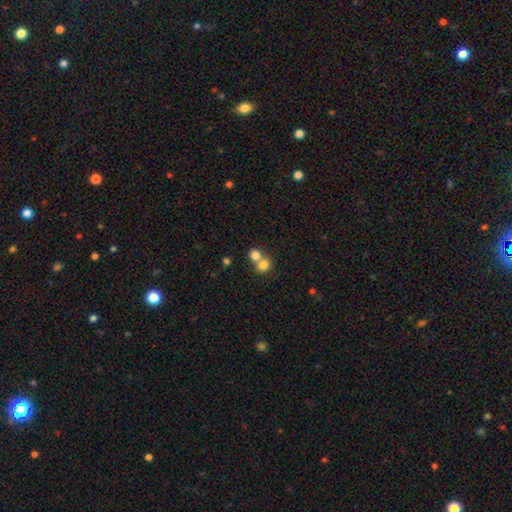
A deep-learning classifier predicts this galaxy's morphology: Smooth or featured: smooth — 78% (star or artifact — 11%)
How rounded: round — 73% (in between — 26%)
Merging: merger — 59% (none — 33%)